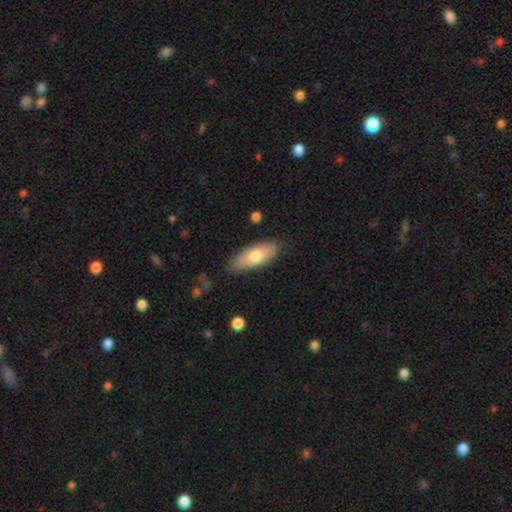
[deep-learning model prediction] Morphology: type=smooth (71%); roundness=in between (70%); merging=none (84%).